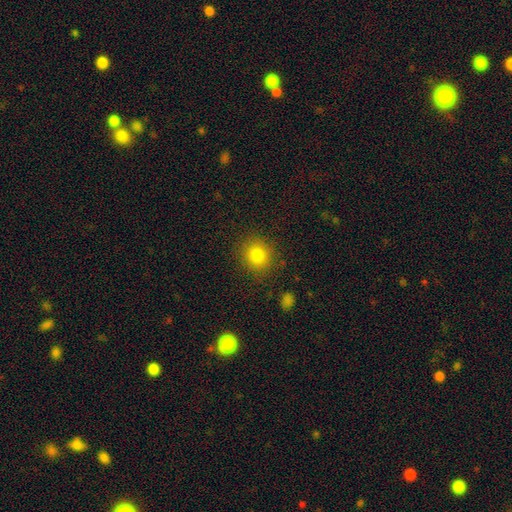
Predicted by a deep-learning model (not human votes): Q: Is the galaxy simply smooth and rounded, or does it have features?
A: smooth — 81%.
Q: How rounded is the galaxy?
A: round — 84%.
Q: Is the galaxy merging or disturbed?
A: none — 88%.